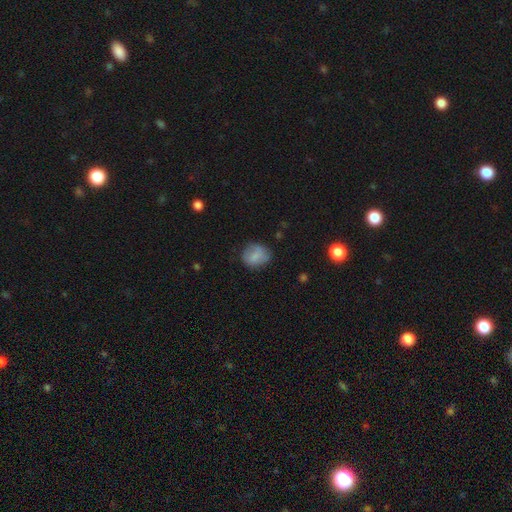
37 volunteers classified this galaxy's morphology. Q: Smooth or featured?
A: smooth (76%); runner-up: featured or disk (22%)
Q: How rounded?
A: in between (57%); runner-up: round (43%)
Q: Merging?
A: none (56%); runner-up: minor disturbance (33%)